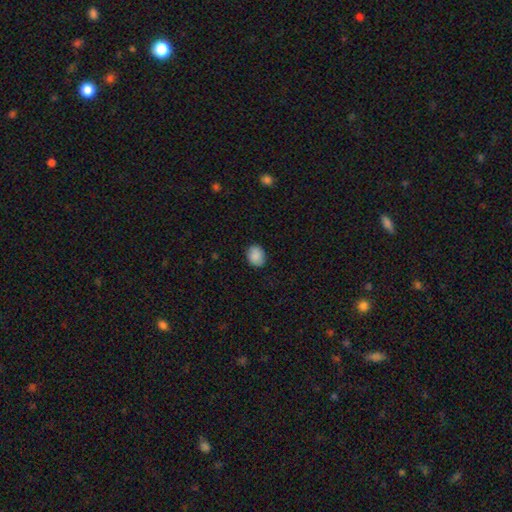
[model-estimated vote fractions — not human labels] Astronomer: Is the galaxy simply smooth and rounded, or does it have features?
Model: smooth — 89%.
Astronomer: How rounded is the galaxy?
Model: round — 53% (runner-up: in between, 47%).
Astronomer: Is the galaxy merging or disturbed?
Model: none — 86%.